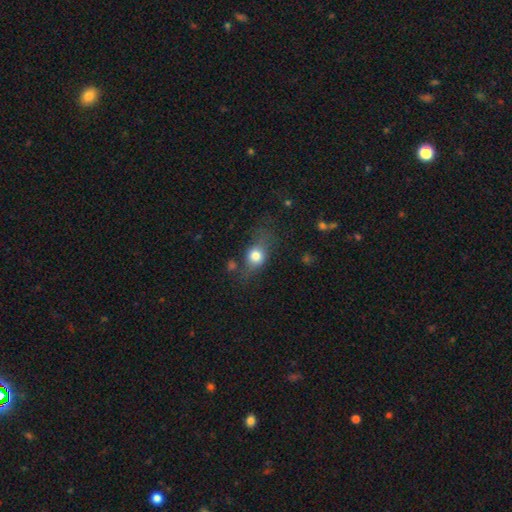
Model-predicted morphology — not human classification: smooth_or_featured: smooth (p=0.74) [alt: featured or disk p=0.16]
how_rounded: in between (p=0.49) [alt: round p=0.47]
merging: none (p=0.56) [alt: minor disturbance p=0.25]